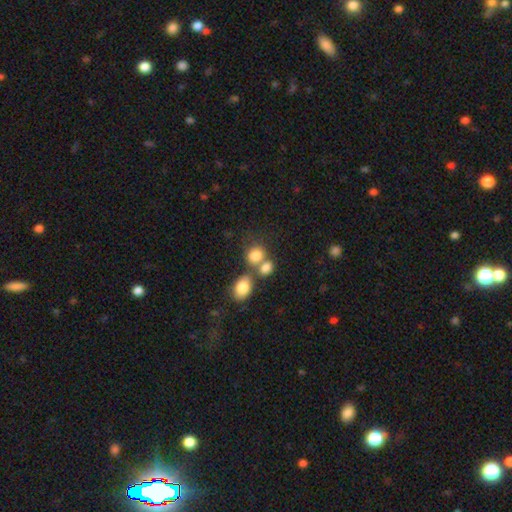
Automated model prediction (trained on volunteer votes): Smooth or featured: smooth — 81% (star or artifact — 10%)
How rounded: round — 52% (in between — 47%)
Merging: merger — 46% (none — 39%)